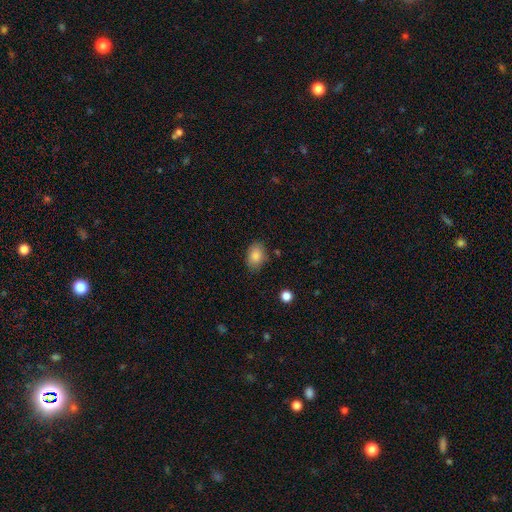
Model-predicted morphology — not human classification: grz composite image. It shows a smooth galaxy with no disk features (85%) that is in between round and cigar-shaped (77%). Merging: none (78%).